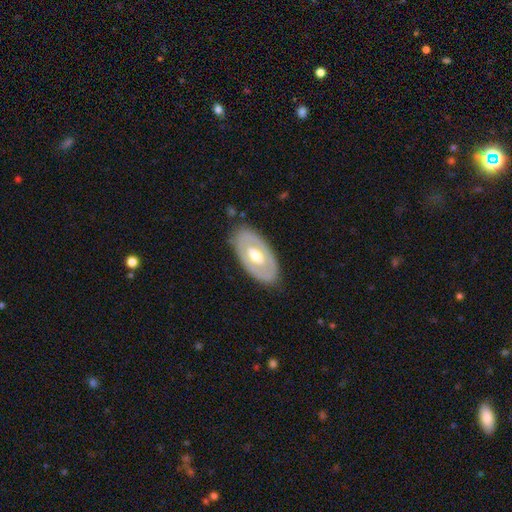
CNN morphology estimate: A featured or disk galaxy (57%).

Vote fractions:
- Smooth or featured? featured or disk: 57% / smooth: 38% / star or artifact: 5%
- Edge-on disk? no: 86% / yes: 14%
- Merging? none: 84% / minor disturbance: 12% / major disturbance: 3% / merger: 1%